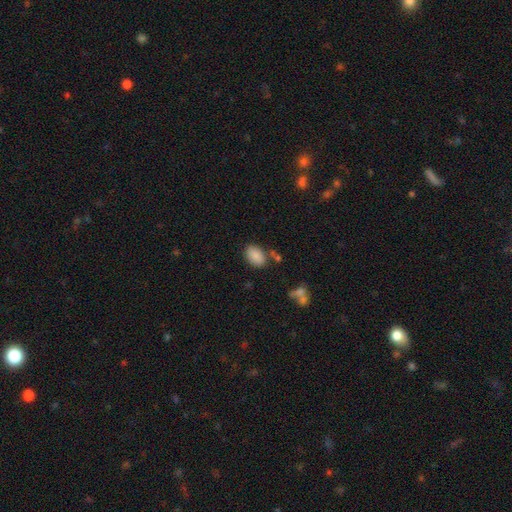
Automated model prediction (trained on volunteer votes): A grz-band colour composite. It shows a smooth galaxy with no disk features (86%) that is in between round and cigar-shaped (86%). Merging: none (73%).